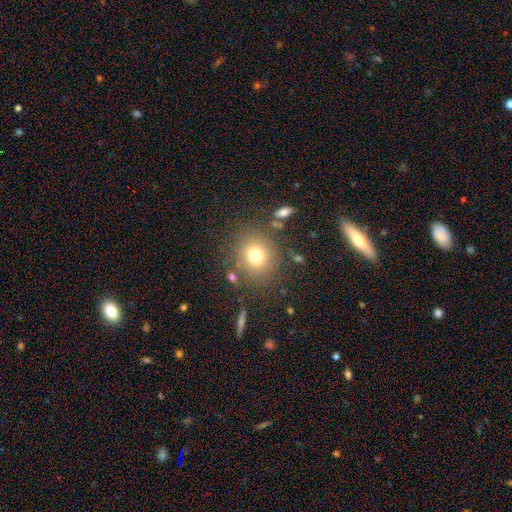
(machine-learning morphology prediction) Smooth or featured? smooth (75%)
How rounded? round (80%)
Merging? none (80%)